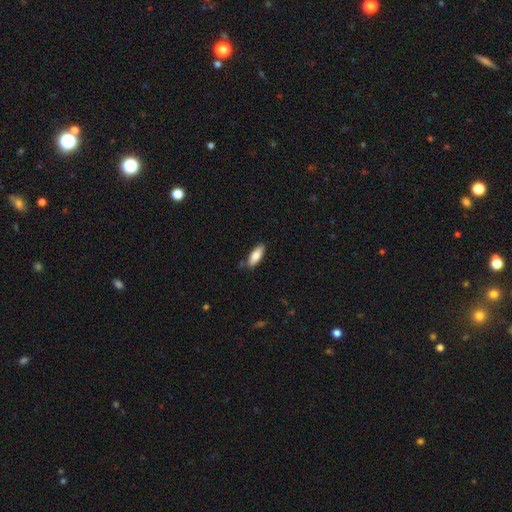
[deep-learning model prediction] Smooth or featured: smooth — 78% (featured or disk — 16%)
How rounded: in between — 60% (cigar-shaped — 38%)
Merging: none — 80% (minor disturbance — 15%)